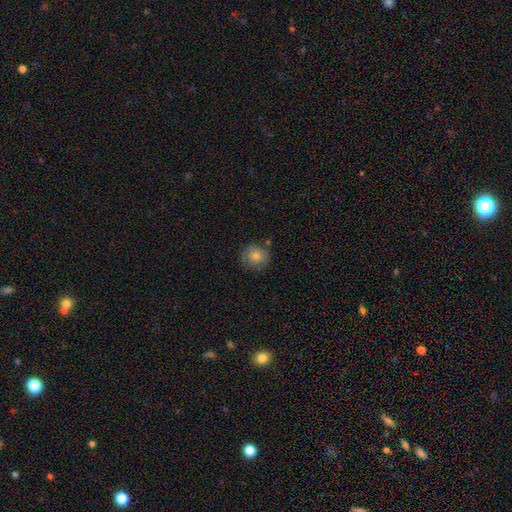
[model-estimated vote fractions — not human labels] A smooth galaxy with no disk features (75%) that is round (87%). Merging: none (81%).